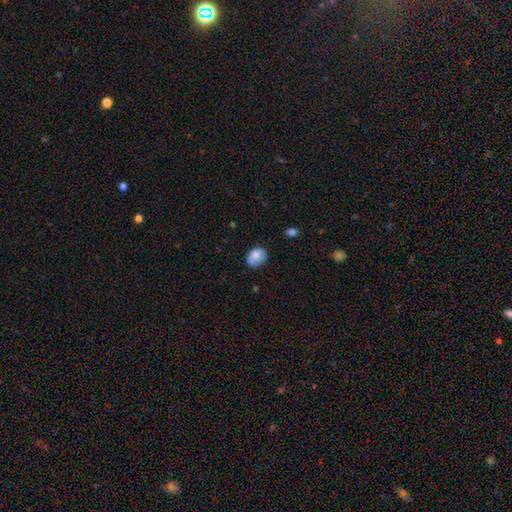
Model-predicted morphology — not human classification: smooth 77%, featured or disk 15%, star or artifact 8%. Down the decision tree: how rounded — in between (59%); merging — none (59%).